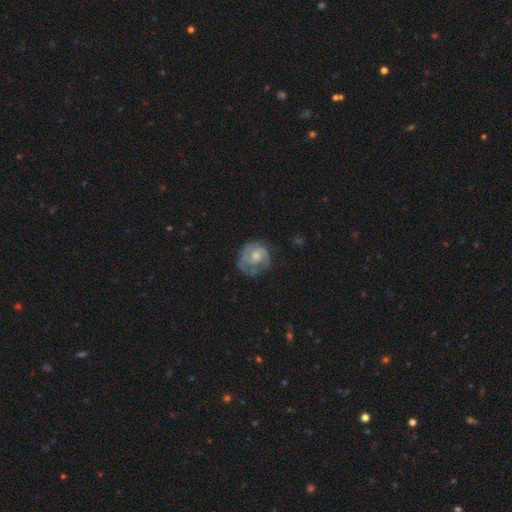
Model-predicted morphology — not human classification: This appears to be a featured or disk galaxy (63%) with no bar (77%), spiral arms (74%) and a moderate central bulge (53%). Merging: none (56%).